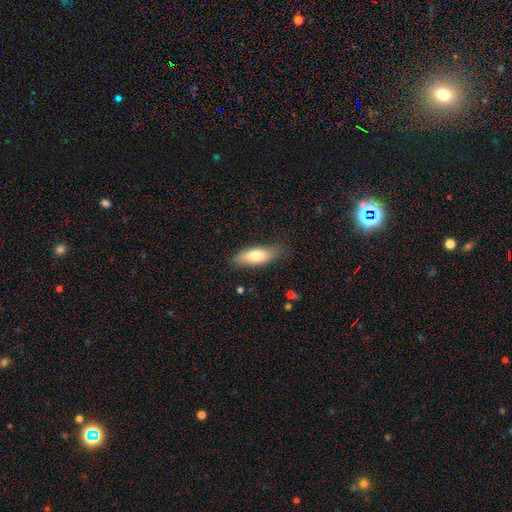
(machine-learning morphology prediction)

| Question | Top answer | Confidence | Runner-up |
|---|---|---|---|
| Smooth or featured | smooth | 77% | featured or disk (17%) |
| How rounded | in between | 69% | cigar-shaped (29%) |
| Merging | none | 80% | minor disturbance (16%) |